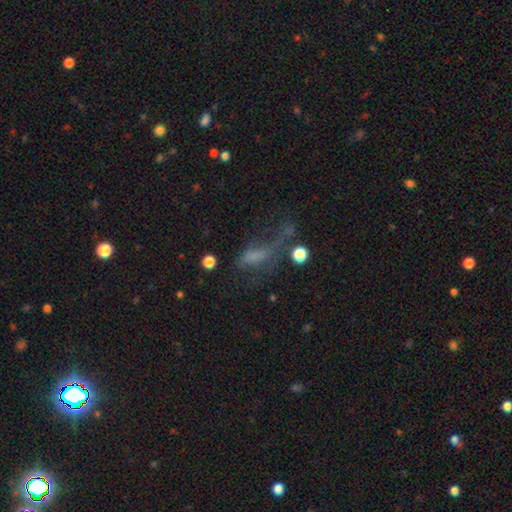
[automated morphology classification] type=smooth (48%); merging=major disturbance (45%).